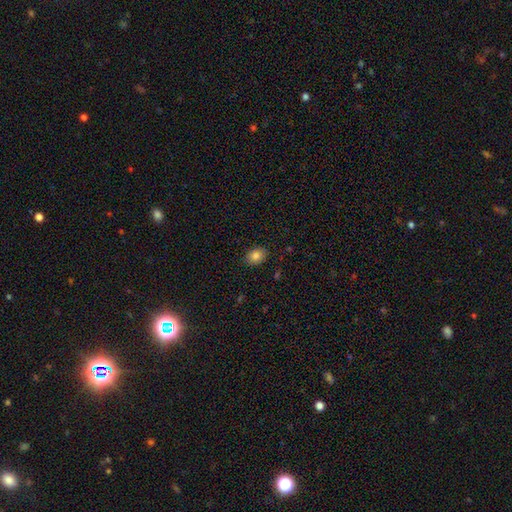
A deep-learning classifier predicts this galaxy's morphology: type=smooth (84%); roundness=in between (66%); merging=none (88%).